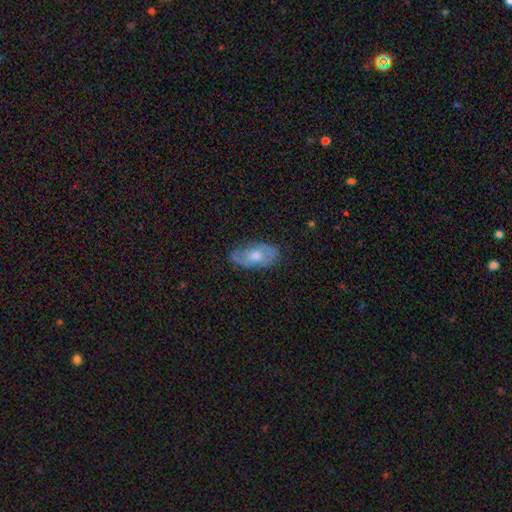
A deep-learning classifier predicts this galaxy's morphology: smooth_or_featured: smooth (p=0.53) [alt: featured or disk p=0.41]
how_rounded: in between (p=0.90) [alt: cigar-shaped p=0.06]
merging: none (p=0.74) [alt: minor disturbance p=0.20]